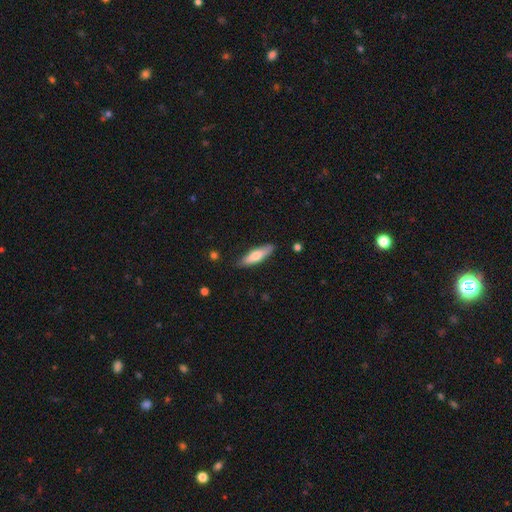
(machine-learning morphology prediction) A smooth galaxy with no disk features (69%) that is cigar-shaped (65%).

Vote fractions:
- Smooth or featured? smooth: 69% / featured or disk: 25% / star or artifact: 5%
- How rounded? cigar-shaped: 65% / in between: 33% / round: 2%
- Merging? none: 85% / minor disturbance: 11% / major disturbance: 2% / merger: 1%